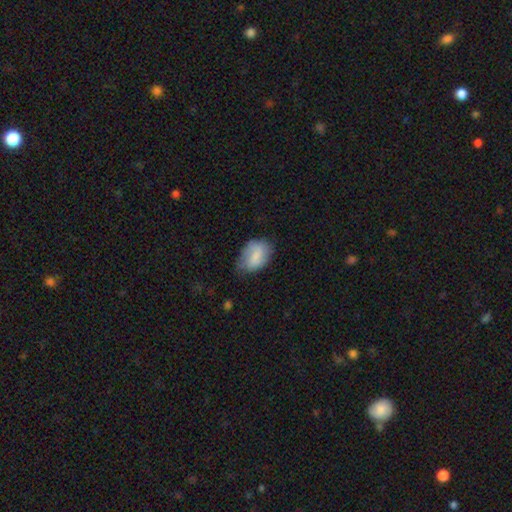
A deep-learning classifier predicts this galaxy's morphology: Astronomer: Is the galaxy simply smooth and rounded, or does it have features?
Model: smooth — 72%.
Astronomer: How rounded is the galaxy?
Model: in between — 84%.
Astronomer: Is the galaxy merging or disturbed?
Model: none — 52% (runner-up: minor disturbance, 35%).